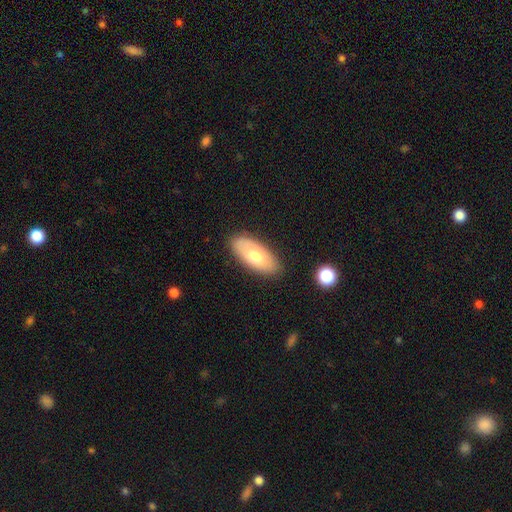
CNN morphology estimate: Smooth or featured? Predicted: smooth (p=0.69). How rounded? Predicted: in between (p=0.89). Merging? Predicted: none (p=0.84).